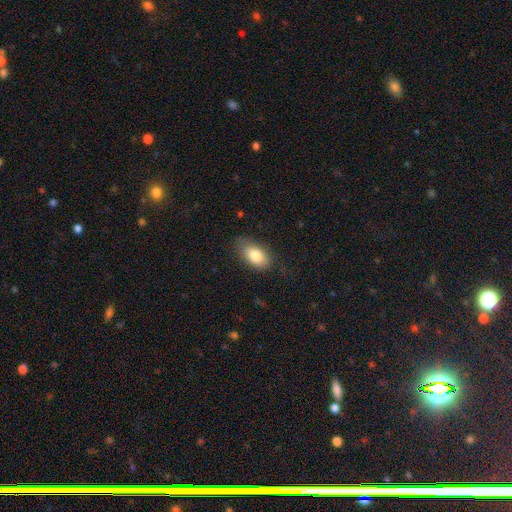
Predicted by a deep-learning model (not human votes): Smooth or featured: smooth — 81% (featured or disk — 12%)
How rounded: in between — 91% (round — 7%)
Merging: none — 75% (minor disturbance — 19%)